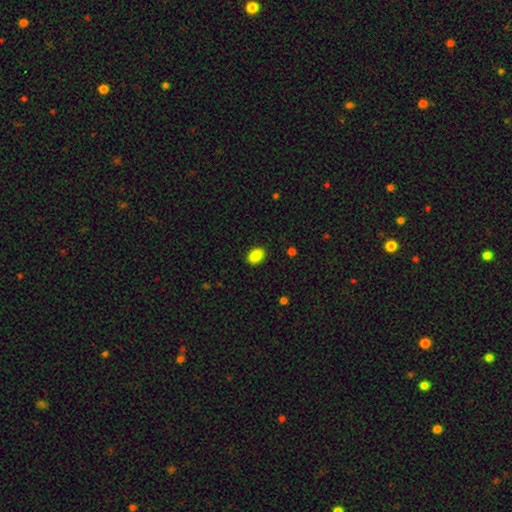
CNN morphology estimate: This appears to be a smooth galaxy with no disk features (89%) that is in between round and cigar-shaped (81%). Merging: none (90%).